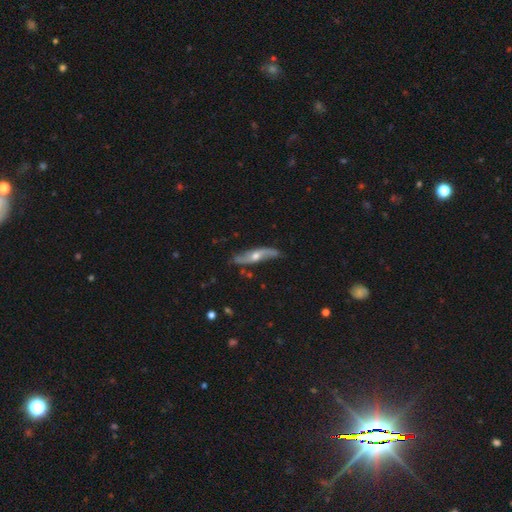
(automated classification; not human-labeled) smooth_or_featured: featured or disk (p=0.75) [alt: smooth p=0.20]
disk_edge_on: no (p=0.57) [alt: yes p=0.43]
merging: none (p=0.74) [alt: minor disturbance p=0.19]